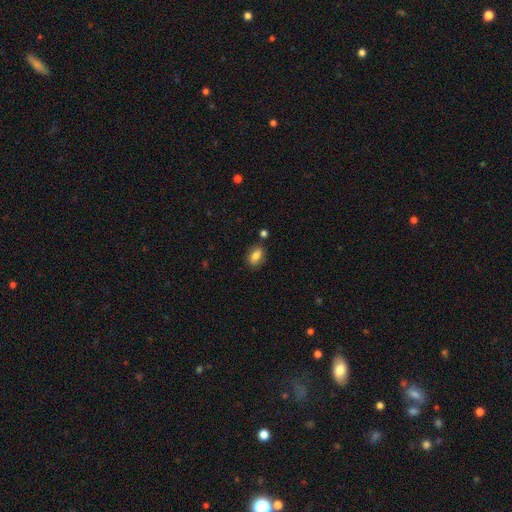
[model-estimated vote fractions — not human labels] The model was most divided on "smooth or featured": smooth: 78%, featured or disk: 13%, star or artifact: 9%. More confident: how rounded — in between (82%); merging — none (79%).